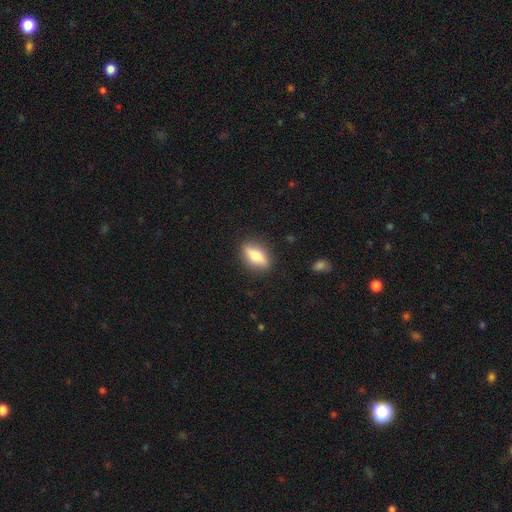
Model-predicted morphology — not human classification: Smooth or featured: smooth — 57% (featured or disk — 37%)
How rounded: in between — 67% (cigar-shaped — 27%)
Merging: none — 86% (minor disturbance — 10%)